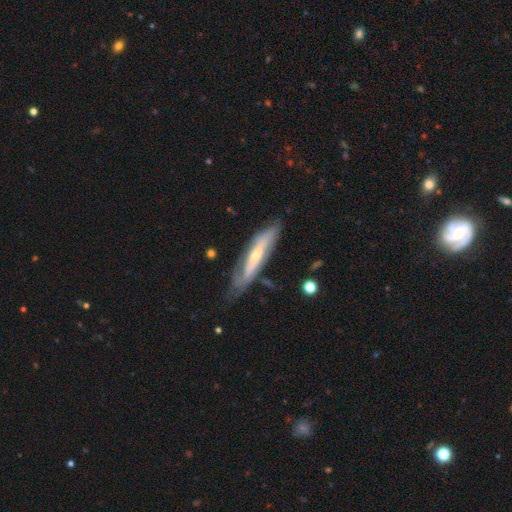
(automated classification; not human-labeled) A featured or disk galaxy (65%) viewed edge-on (53%). Merging: none (59%).